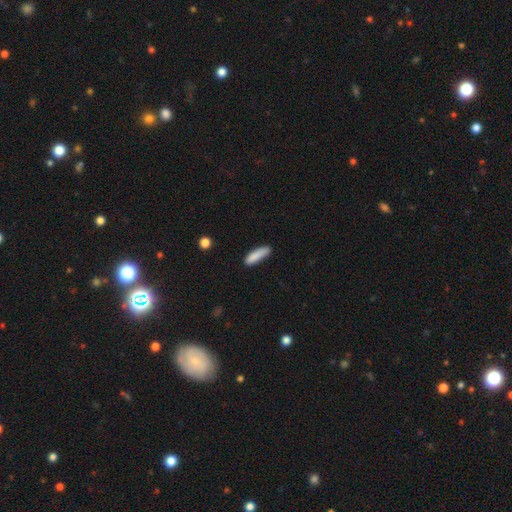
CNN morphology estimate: Smooth or featured? smooth (87%)
How rounded? cigar-shaped (67%)
Merging? none (75%)